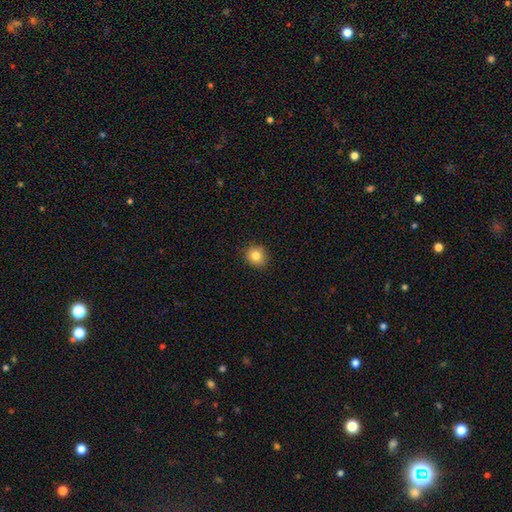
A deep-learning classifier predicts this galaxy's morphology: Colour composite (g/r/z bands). It shows a smooth galaxy with no disk features (82%) that is round (80%). Merging: none (89%).